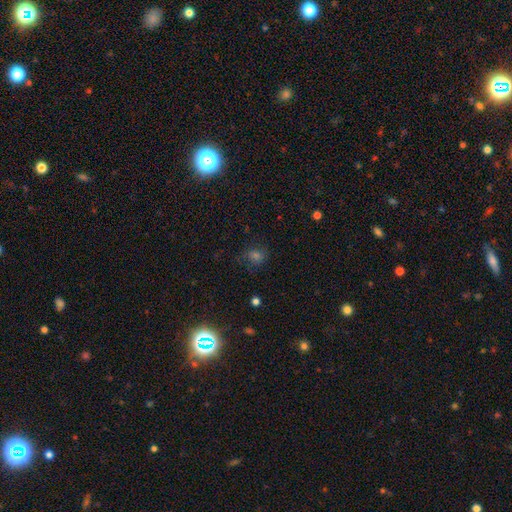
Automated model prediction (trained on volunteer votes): A smooth galaxy with no disk features (46%). Merging: none (73%).